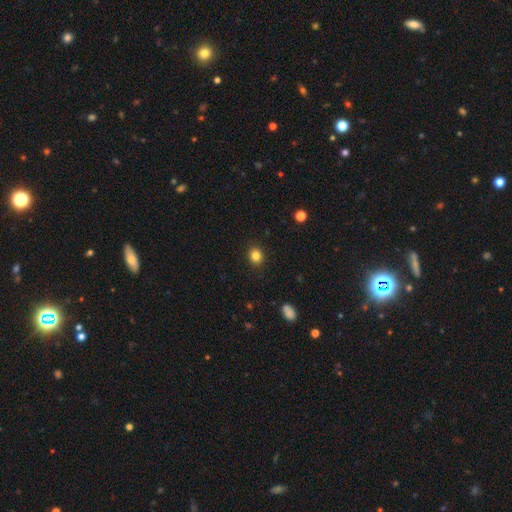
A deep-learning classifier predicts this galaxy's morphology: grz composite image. It shows a smooth galaxy with no disk features (84%) that is round (74%). Merging: none (91%).